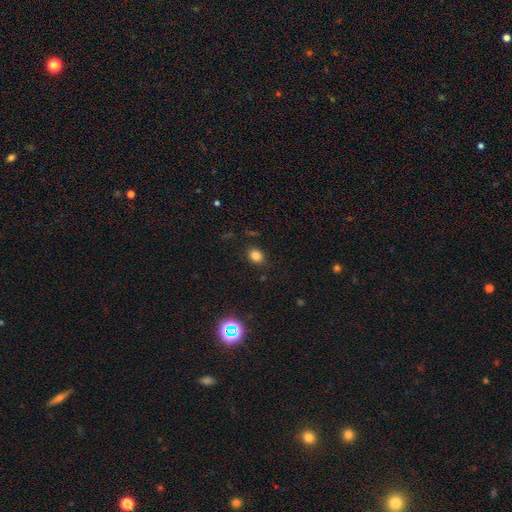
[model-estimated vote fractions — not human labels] Q: Smooth or featured?
A: smooth (80%); runner-up: star or artifact (14%)
Q: How rounded?
A: in between (51%); runner-up: round (48%)
Q: Merging?
A: none (86%); runner-up: minor disturbance (10%)